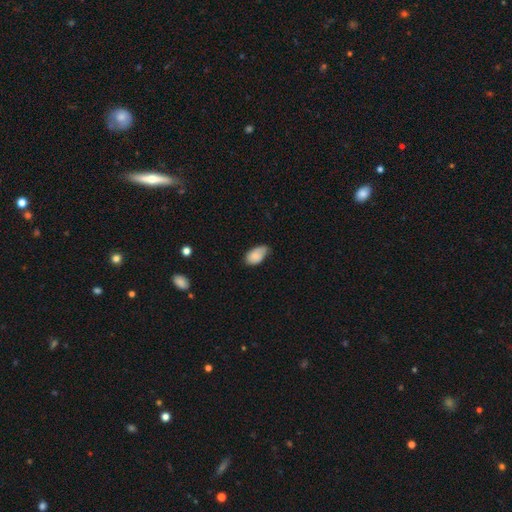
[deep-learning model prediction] Smooth or featured?
  - smooth: 79% *
  - featured or disk: 14%
  - star or artifact: 7%
How rounded?
  - in between: 93% *
  - round: 6%
  - cigar-shaped: 2%
Merging?
  - none: 47% *
  - minor disturbance: 42%
  - major disturbance: 8%
  - merger: 2%